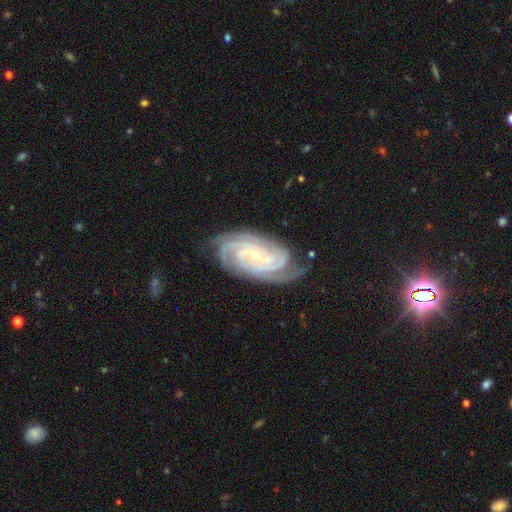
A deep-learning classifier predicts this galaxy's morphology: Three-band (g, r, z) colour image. It shows a featured or disk galaxy (90%) with no bar (51%), 4 (38%) tight (78%) spiral arms (99%) and a small central bulge (77%). Merging: none (79%).